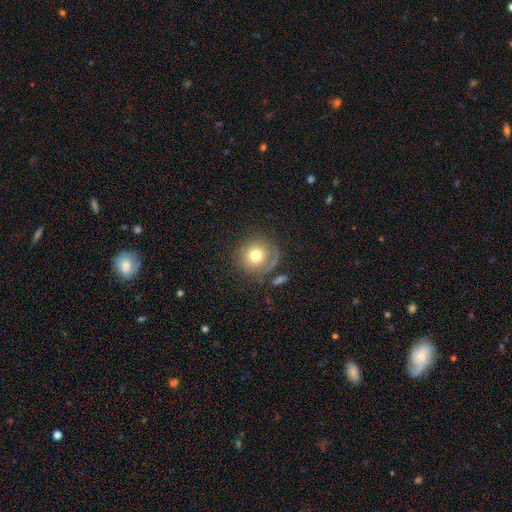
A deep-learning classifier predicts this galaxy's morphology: Smooth or featured? smooth (69%)
How rounded? round (90%)
Merging? none (67%)